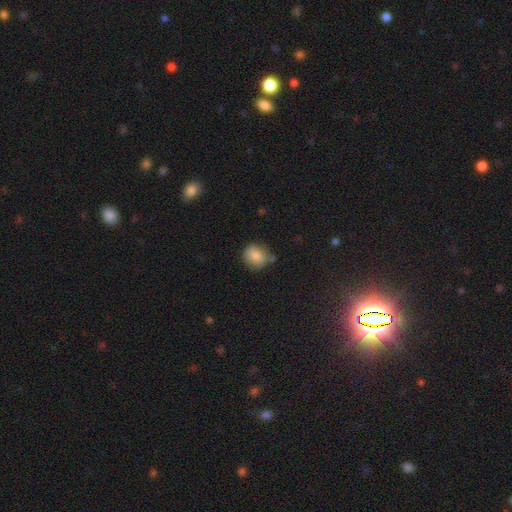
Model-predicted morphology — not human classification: This appears to be a smooth galaxy with no disk features (83%) that is round (76%). Merging: none (67%).